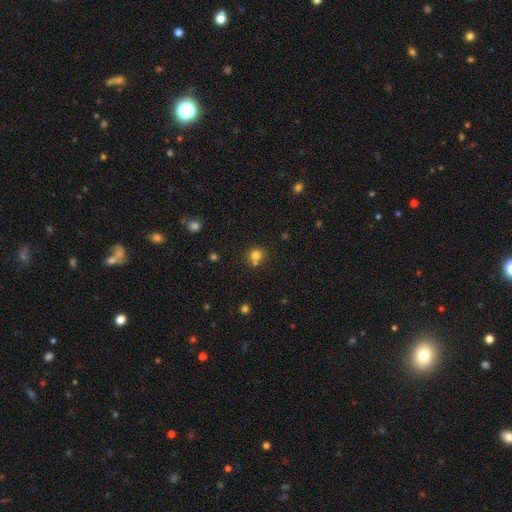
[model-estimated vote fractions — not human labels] Smooth or featured? Predicted: smooth (p=0.77). How rounded? Predicted: round (p=0.88). Merging? Predicted: none (p=0.61).